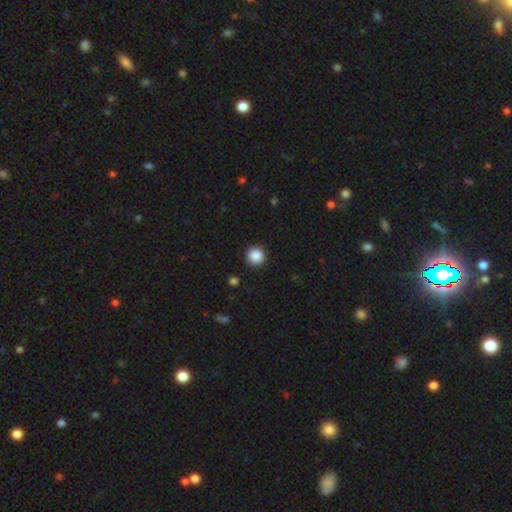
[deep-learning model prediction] Smooth or featured: smooth — 88% (star or artifact — 9%)
How rounded: round — 95% (in between — 4%)
Merging: none — 92% (minor disturbance — 5%)